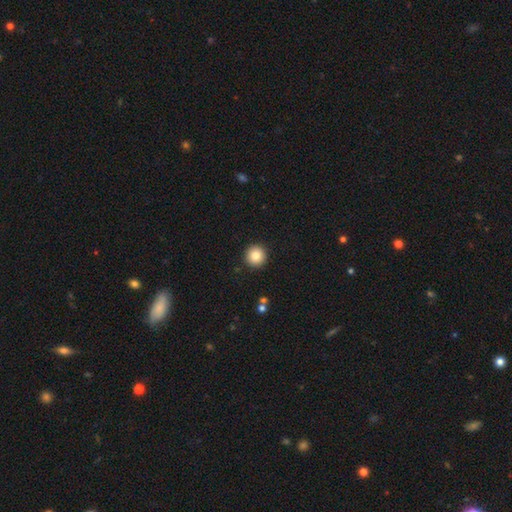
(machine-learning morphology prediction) smooth 83%, star or artifact 9%, featured or disk 7%. Down the decision tree: how rounded — round (96%); merging — none (92%).